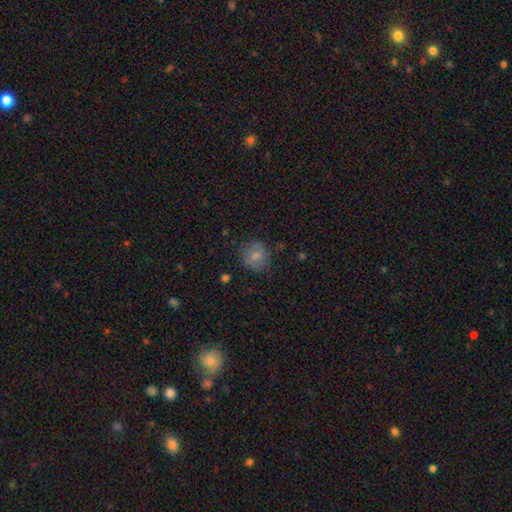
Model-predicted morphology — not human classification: smooth_or_featured: smooth (p=0.74) [alt: featured or disk p=0.17]
how_rounded: round (p=0.73) [alt: in between p=0.26]
merging: none (p=0.72) [alt: minor disturbance p=0.20]